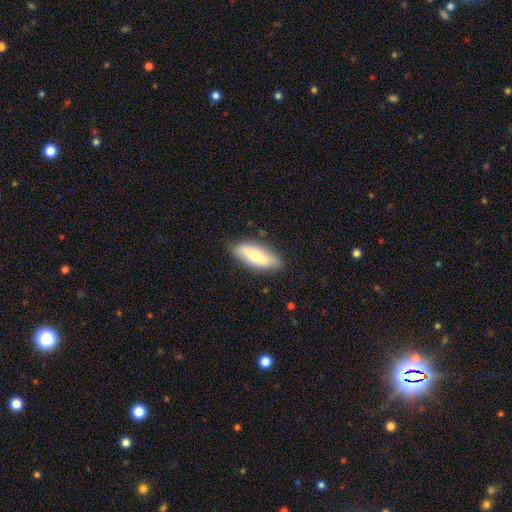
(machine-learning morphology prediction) smooth 67%, featured or disk 27%, star or artifact 6%. Down the decision tree: how rounded — in between (63%); merging — none (83%).